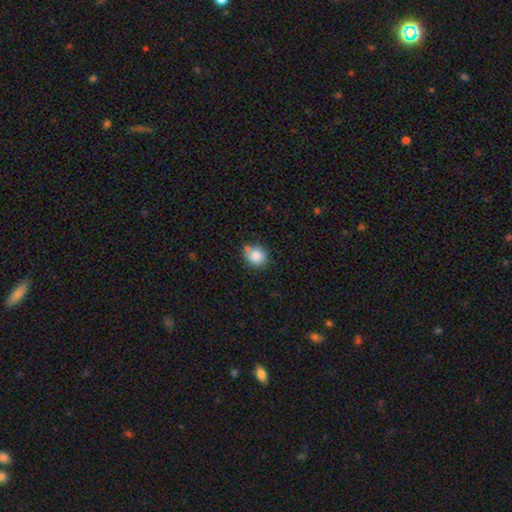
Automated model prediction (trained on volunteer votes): Smooth or featured: smooth — 85% (star or artifact — 9%)
How rounded: round — 82% (in between — 17%)
Merging: none — 69% (minor disturbance — 16%)